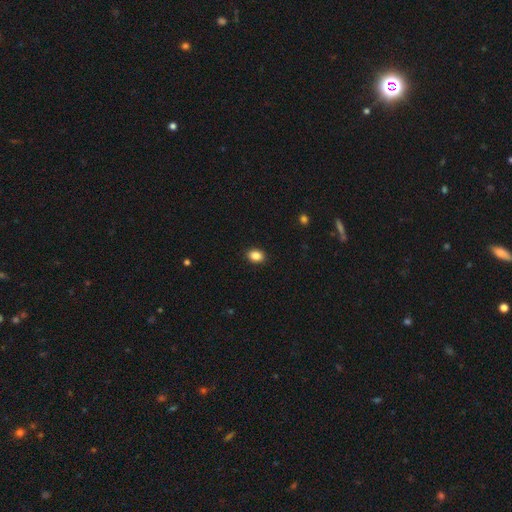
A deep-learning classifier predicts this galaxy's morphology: Smooth or featured: smooth — 88% (star or artifact — 9%)
How rounded: in between — 70% (round — 28%)
Merging: none — 91% (minor disturbance — 7%)